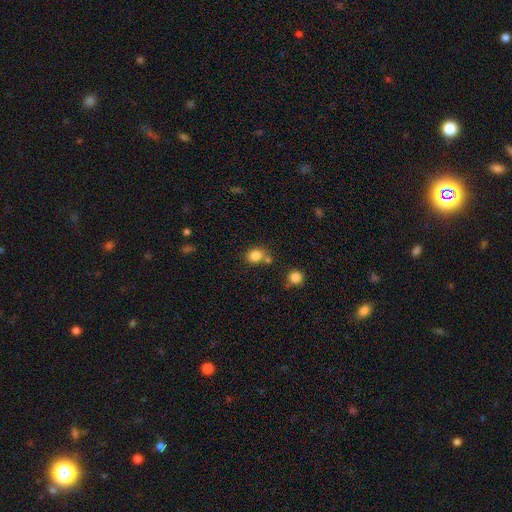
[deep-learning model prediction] Q: Smooth or featured?
A: smooth (83%); runner-up: star or artifact (11%)
Q: How rounded?
A: round (64%); runner-up: in between (35%)
Q: Merging?
A: none (65%); runner-up: merger (19%)